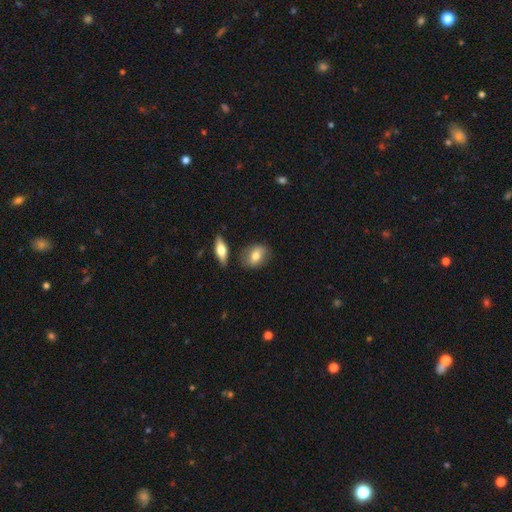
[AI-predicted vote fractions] Q: Smooth or featured?
A: smooth (70%); runner-up: featured or disk (23%)
Q: How rounded?
A: in between (70%); runner-up: round (26%)
Q: Merging?
A: none (77%); runner-up: minor disturbance (14%)